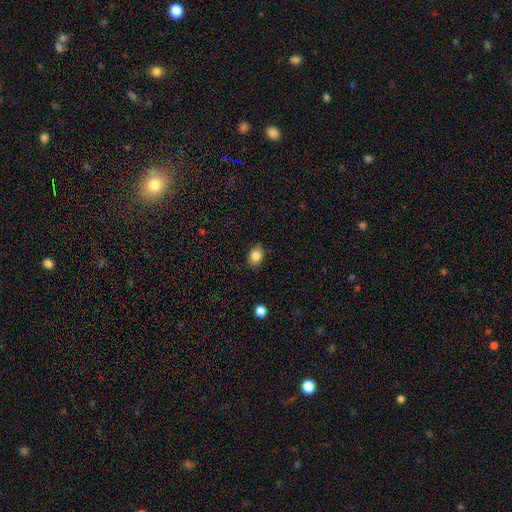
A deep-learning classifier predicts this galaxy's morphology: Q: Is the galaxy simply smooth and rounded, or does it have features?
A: smooth — 84%.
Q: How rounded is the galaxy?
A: in between — 60%.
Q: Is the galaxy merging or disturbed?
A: none — 85%.